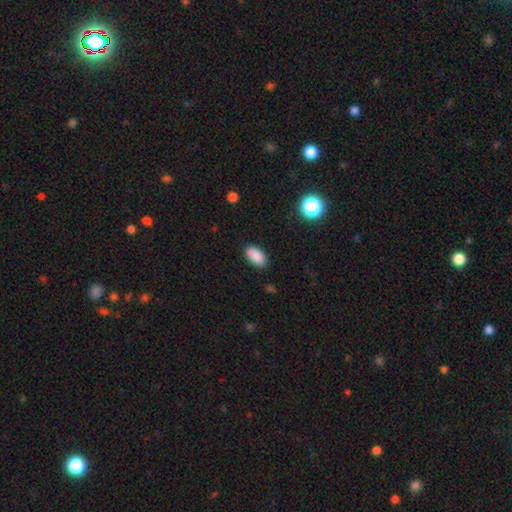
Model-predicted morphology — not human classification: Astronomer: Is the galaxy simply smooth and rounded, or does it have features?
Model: smooth — 87%.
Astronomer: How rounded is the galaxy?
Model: in between — 94%.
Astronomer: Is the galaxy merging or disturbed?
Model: none — 84%.